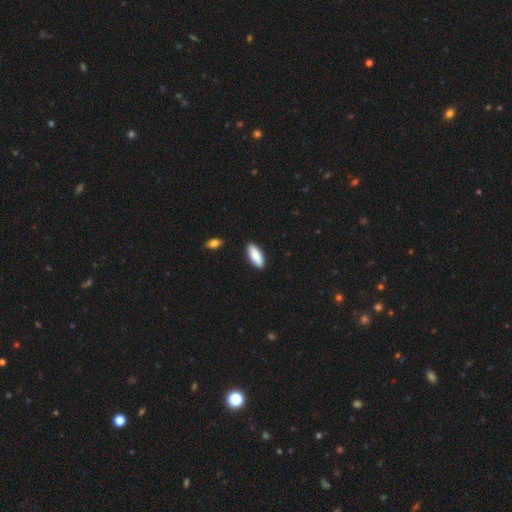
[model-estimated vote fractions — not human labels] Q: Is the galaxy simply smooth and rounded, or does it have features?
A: smooth — 87%.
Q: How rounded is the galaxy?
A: in between — 74%.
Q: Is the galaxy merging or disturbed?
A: none — 89%.